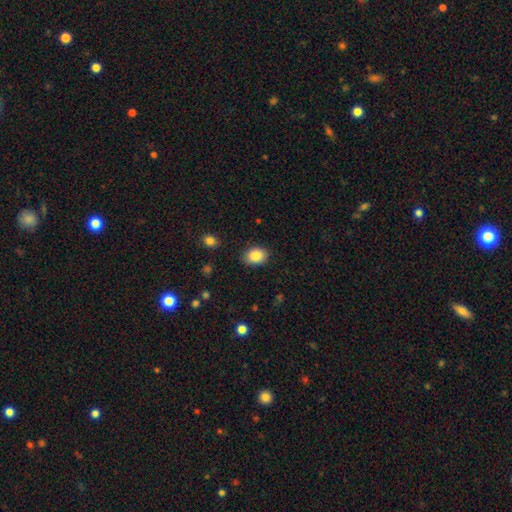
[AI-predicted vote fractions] Smooth or featured? smooth (87%)
How rounded? in between (61%)
Merging? none (86%)